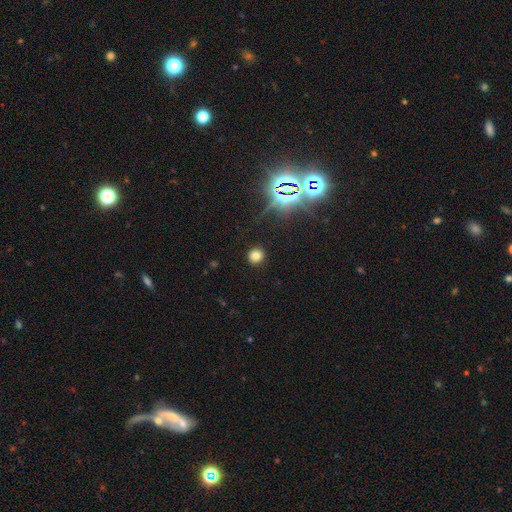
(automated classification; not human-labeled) Morphology: type=smooth (72%); roundness=round (90%); merging=none (89%).